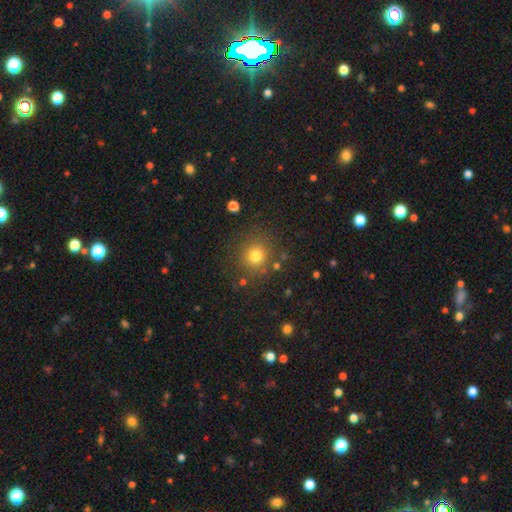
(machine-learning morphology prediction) Smooth or featured: smooth — 76% (star or artifact — 16%)
How rounded: round — 90% (in between — 9%)
Merging: none — 83% (minor disturbance — 9%)